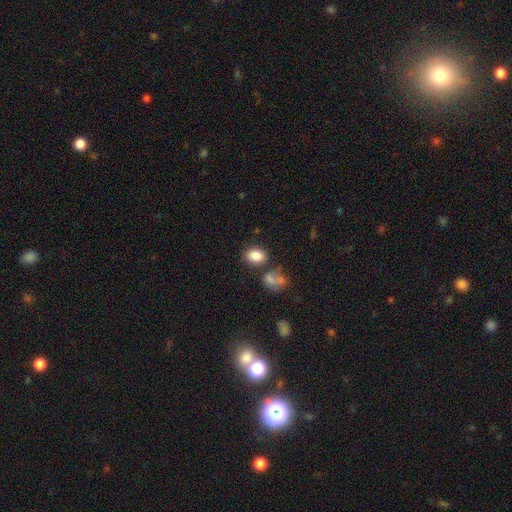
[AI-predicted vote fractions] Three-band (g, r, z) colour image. It shows a smooth galaxy with no disk features (84%) that is in between round and cigar-shaped (72%). Merging: none (72%).